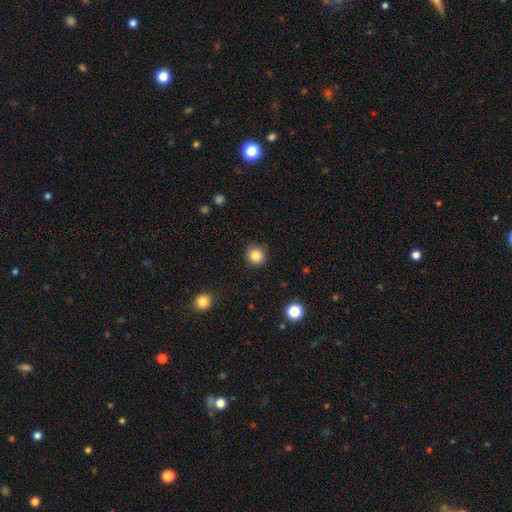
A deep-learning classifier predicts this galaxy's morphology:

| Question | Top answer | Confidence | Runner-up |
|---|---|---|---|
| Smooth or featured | smooth | 85% | star or artifact (11%) |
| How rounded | round | 91% | in between (8%) |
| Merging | none | 90% | minor disturbance (7%) |